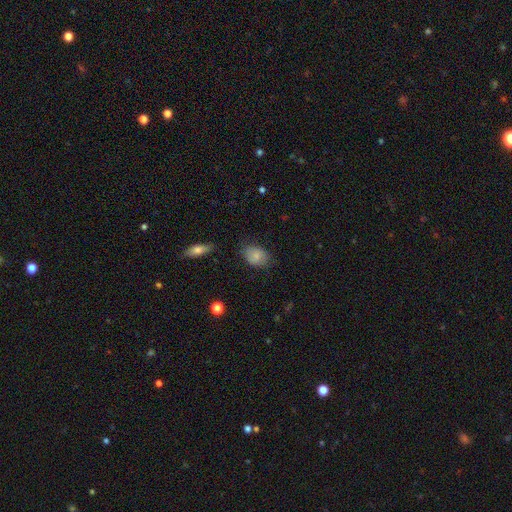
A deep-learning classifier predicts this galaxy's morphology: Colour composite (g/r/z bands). It shows a smooth galaxy with no disk features (79%) that is in between round and cigar-shaped (68%). Merging: none (72%).